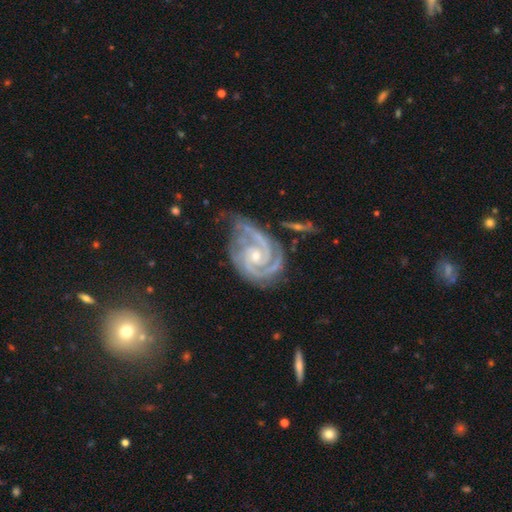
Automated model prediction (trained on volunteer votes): Morphology: type=featured or disk (93%); edge-on=no (98%); bar=no (64%); spiral arms=yes (99%); winding=tight (73%); arm count=2 (48%); bulge=small (64%); merging=none (56%).